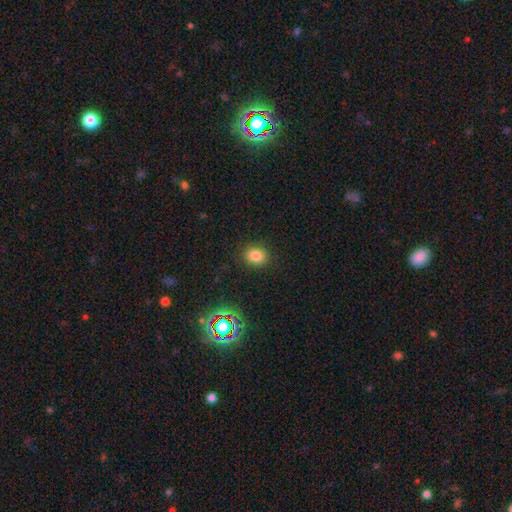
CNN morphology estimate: Smooth or featured?
  - smooth: 81% *
  - star or artifact: 14%
  - featured or disk: 5%
How rounded?
  - round: 64% *
  - in between: 35%
  - cigar-shaped: 1%
Merging?
  - none: 89% *
  - minor disturbance: 7%
  - major disturbance: 3%
  - merger: 1%